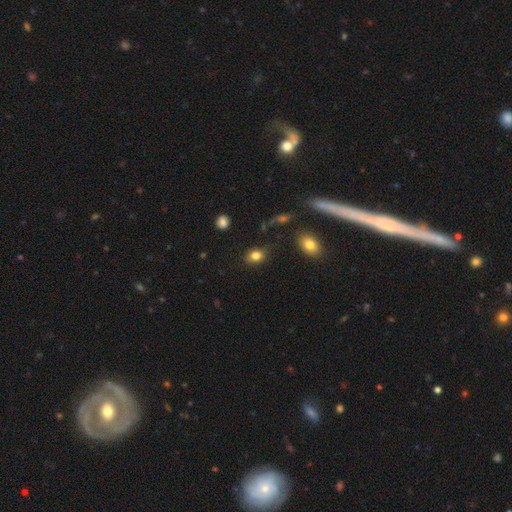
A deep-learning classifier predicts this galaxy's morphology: smooth-or-featured: smooth: 82% | star or artifact: 10% | featured or disk: 8%
  how-rounded: in between: 63% | round: 35% | cigar-shaped: 2%
  merging: none: 78% | minor disturbance: 15% | major disturbance: 4% | merger: 3%